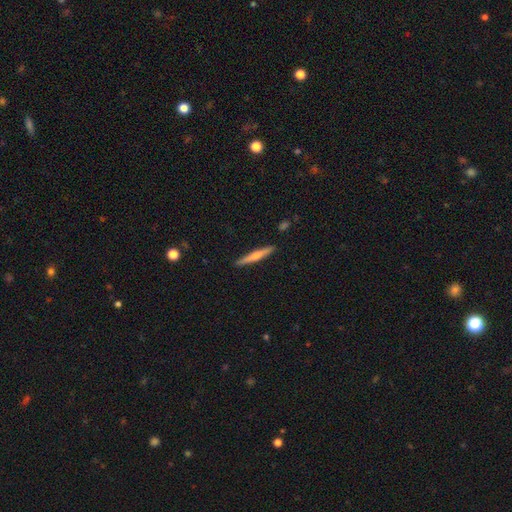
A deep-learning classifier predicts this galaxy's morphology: Smooth or featured? Predicted: smooth (p=0.56). How rounded? Predicted: cigar-shaped (p=0.95). Merging? Predicted: none (p=0.90).